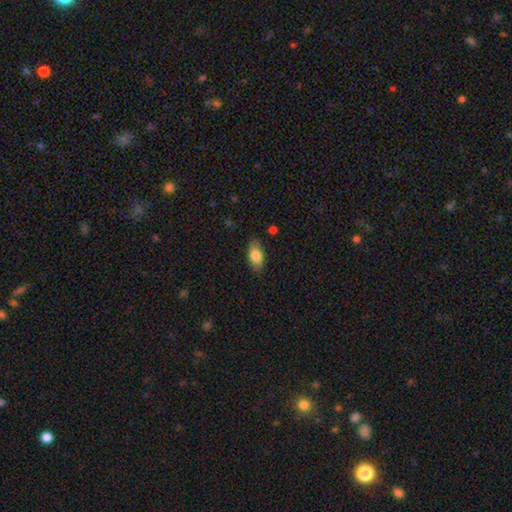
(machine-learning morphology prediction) Smooth or featured?
  - smooth: 79% *
  - featured or disk: 14%
  - star or artifact: 7%
How rounded?
  - in between: 89% *
  - cigar-shaped: 6%
  - round: 5%
Merging?
  - none: 83% *
  - minor disturbance: 13%
  - major disturbance: 3%
  - merger: 1%